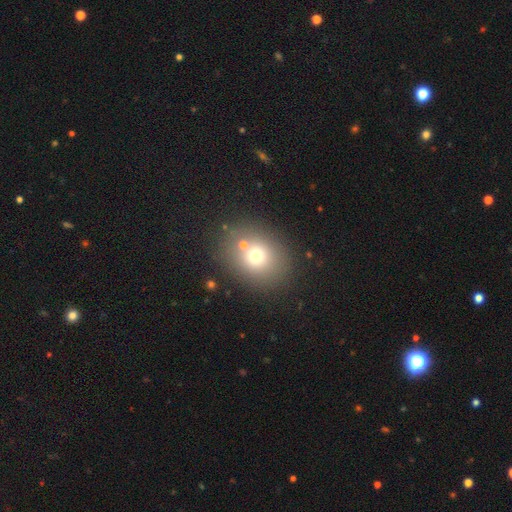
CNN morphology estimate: type=smooth (69%); roundness=round (60%); merging=none (73%).